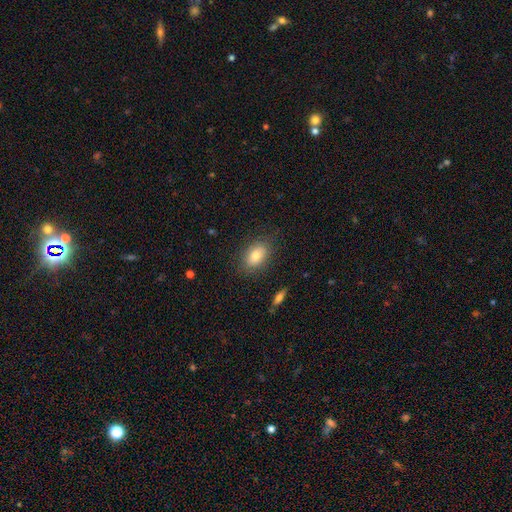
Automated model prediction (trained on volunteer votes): Smooth or featured? smooth (78%)
How rounded? in between (86%)
Merging? none (82%)